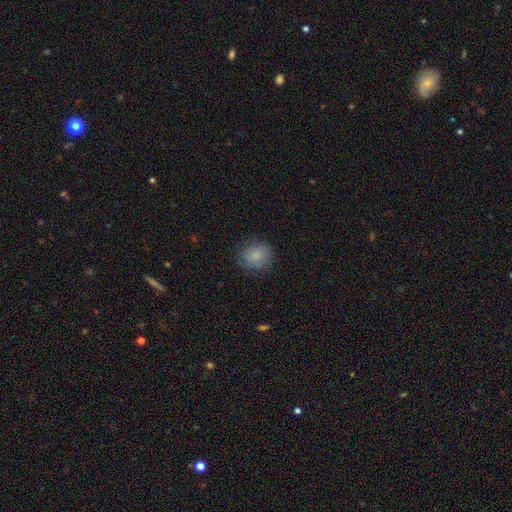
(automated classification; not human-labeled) A smooth galaxy with no disk features (84%) that is round (76%).

Vote fractions:
- Smooth or featured? smooth: 84% / star or artifact: 9% / featured or disk: 8%
- How rounded? round: 76% / in between: 23% / cigar-shaped: 1%
- Merging? none: 79% / minor disturbance: 15% / major disturbance: 4% / merger: 1%